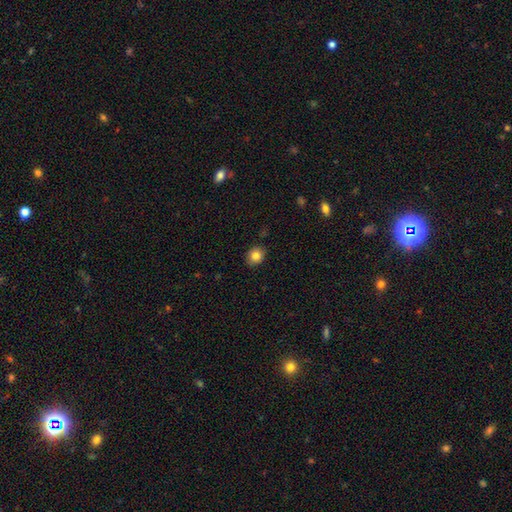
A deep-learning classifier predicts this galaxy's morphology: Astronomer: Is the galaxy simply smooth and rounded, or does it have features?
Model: smooth — 83%.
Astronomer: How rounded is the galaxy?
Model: round — 60% (runner-up: in between, 40%).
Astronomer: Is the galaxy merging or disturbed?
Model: none — 88%.